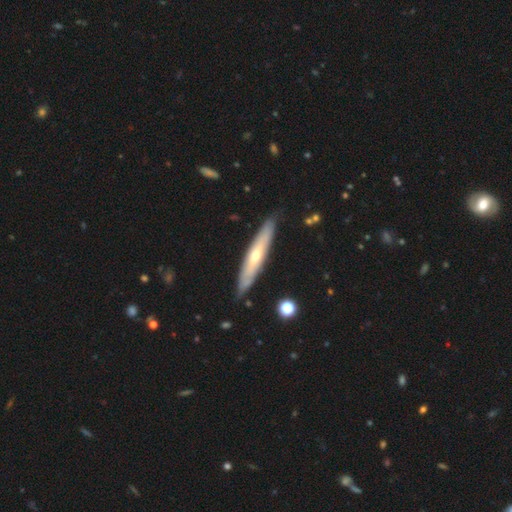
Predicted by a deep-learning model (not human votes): Smooth or featured? Predicted: featured or disk (p=0.57). Edge-on disk? Predicted: yes (p=0.77). Merging? Predicted: none (p=0.86).